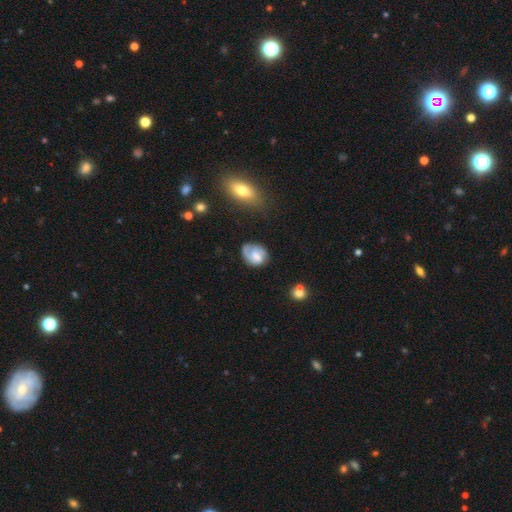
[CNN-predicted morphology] type=featured or disk (48%); merging=none (55%).